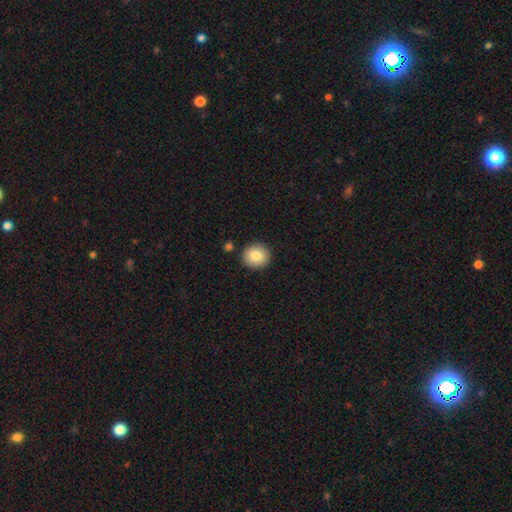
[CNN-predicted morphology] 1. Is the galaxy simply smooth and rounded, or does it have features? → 85% smooth, 8% star or artifact, 7% featured or disk.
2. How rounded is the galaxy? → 90% round, 9% in between, 1% cigar-shaped.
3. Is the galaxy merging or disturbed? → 90% none, 6% minor disturbance, 3% merger, 2% major disturbance.